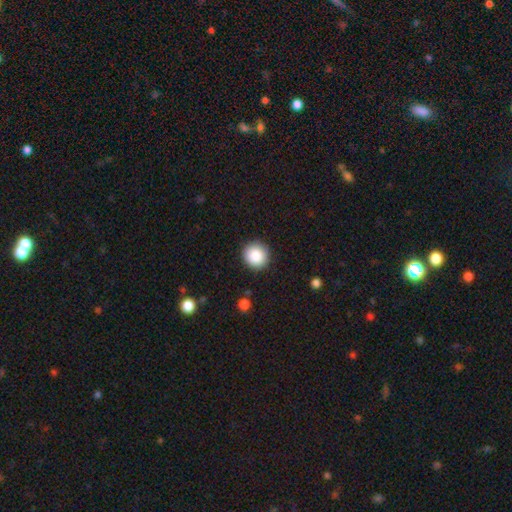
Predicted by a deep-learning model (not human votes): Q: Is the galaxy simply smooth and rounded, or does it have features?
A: smooth — 86%.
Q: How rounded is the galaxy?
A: round — 93%.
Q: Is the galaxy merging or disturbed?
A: none — 90%.